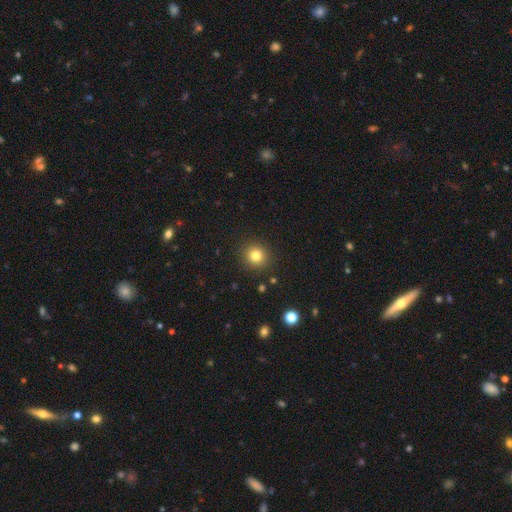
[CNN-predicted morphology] smooth_or_featured: smooth (p=0.80) [alt: star or artifact p=0.13]
how_rounded: round (p=0.91) [alt: in between p=0.08]
merging: none (p=0.91) [alt: minor disturbance p=0.06]